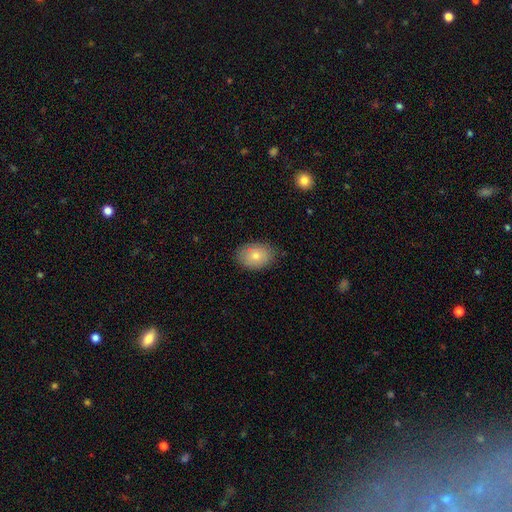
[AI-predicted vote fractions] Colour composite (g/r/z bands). It shows a smooth galaxy with no disk features (78%) that is in between round and cigar-shaped (78%). Merging: none (81%).